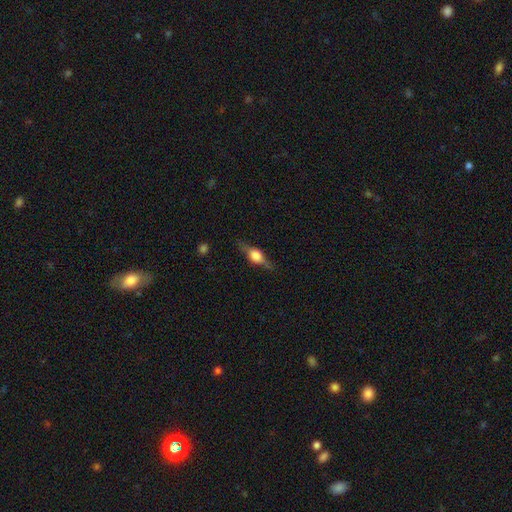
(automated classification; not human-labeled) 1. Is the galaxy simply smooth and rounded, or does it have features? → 67% featured or disk, 26% smooth, 7% star or artifact.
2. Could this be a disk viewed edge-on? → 96% yes, 4% no.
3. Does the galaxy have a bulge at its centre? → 91% rounded, 7% boxy, 1% none.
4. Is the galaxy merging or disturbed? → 83% none, 12% minor disturbance, 3% major disturbance, 1% merger.